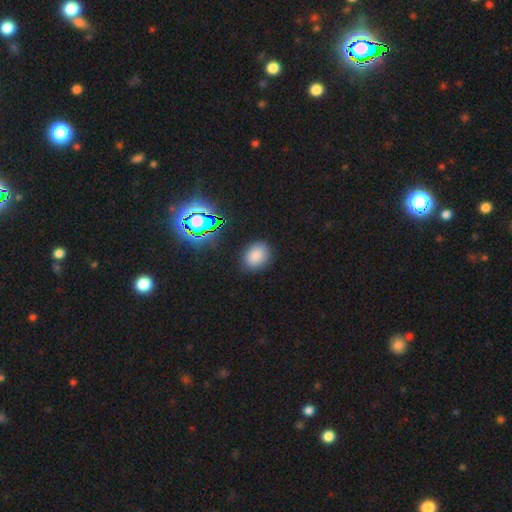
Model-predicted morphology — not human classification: smooth_or_featured: smooth (p=0.80) [alt: star or artifact p=0.14]
how_rounded: in between (p=0.59) [alt: round p=0.39]
merging: none (p=0.83) [alt: minor disturbance p=0.13]